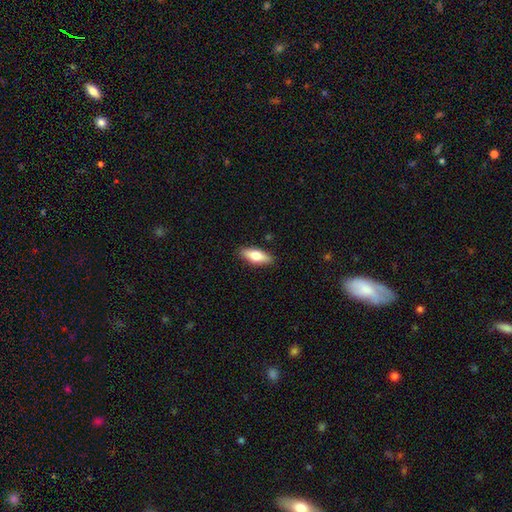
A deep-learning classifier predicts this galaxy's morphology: Smooth or featured? smooth (70%)
How rounded? in between (66%)
Merging? none (88%)